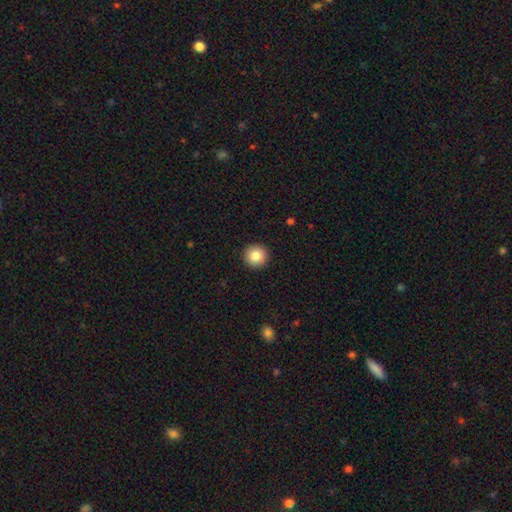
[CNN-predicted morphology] Smooth or featured?
  - smooth: 85% *
  - star or artifact: 8%
  - featured or disk: 6%
How rounded?
  - round: 96% *
  - in between: 3%
  - cigar-shaped: 1%
Merging?
  - none: 92% *
  - minor disturbance: 5%
  - major disturbance: 2%
  - merger: 1%